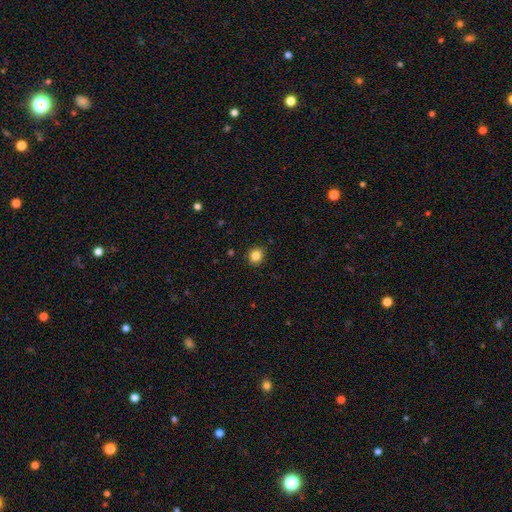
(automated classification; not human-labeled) smooth-or-featured: smooth: 84% | star or artifact: 11% | featured or disk: 5%
  how-rounded: round: 80% | in between: 19% | cigar-shaped: 1%
  merging: none: 89% | minor disturbance: 8% | major disturbance: 2% | merger: 1%